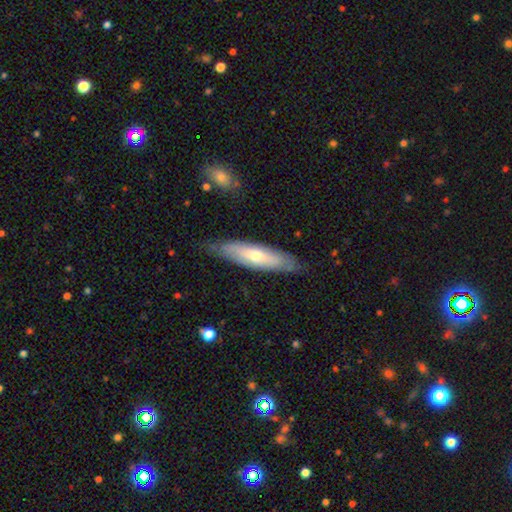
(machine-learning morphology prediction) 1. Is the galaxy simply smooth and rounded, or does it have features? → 51% smooth, 44% featured or disk, 5% star or artifact.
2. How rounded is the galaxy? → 62% cigar-shaped, 36% in between, 2% round.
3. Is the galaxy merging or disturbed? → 77% none, 18% minor disturbance, 4% major disturbance, 1% merger.